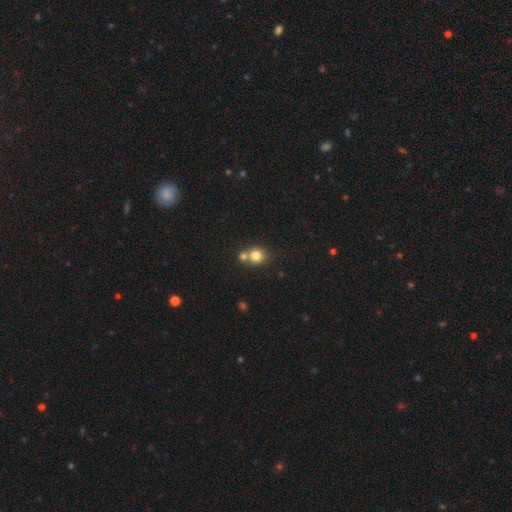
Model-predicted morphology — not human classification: smooth 79%, star or artifact 12%, featured or disk 9%. Down the decision tree: how rounded — round (86%); merging — none (51%).